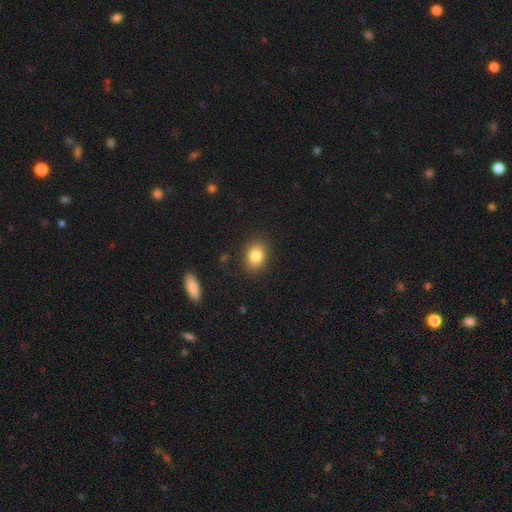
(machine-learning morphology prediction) This is clearly a smooth galaxy (84%). How rounded: likely in between (63%). Merging: clearly none (87%).